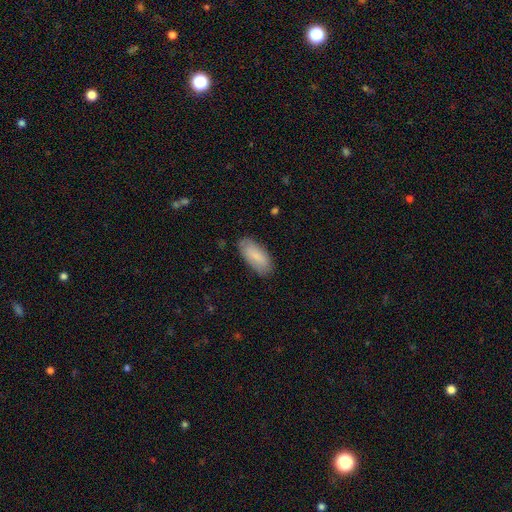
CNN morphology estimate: smooth_or_featured: smooth (p=0.81) [alt: featured or disk p=0.13]
how_rounded: in between (p=0.89) [alt: cigar-shaped p=0.10]
merging: none (p=0.81) [alt: minor disturbance p=0.15]